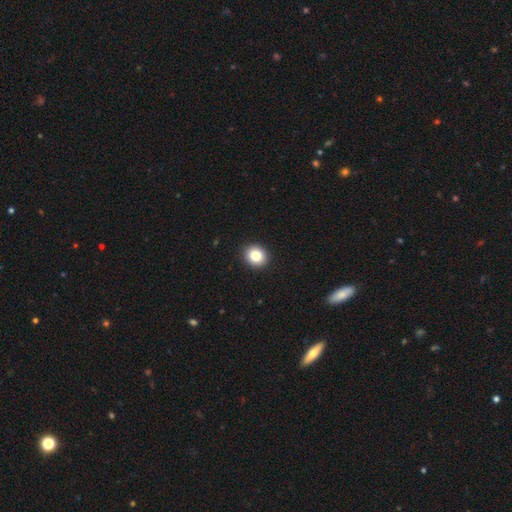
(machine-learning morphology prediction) This appears to be a smooth galaxy with no disk features (85%) that is round (78%). Merging: none (92%).